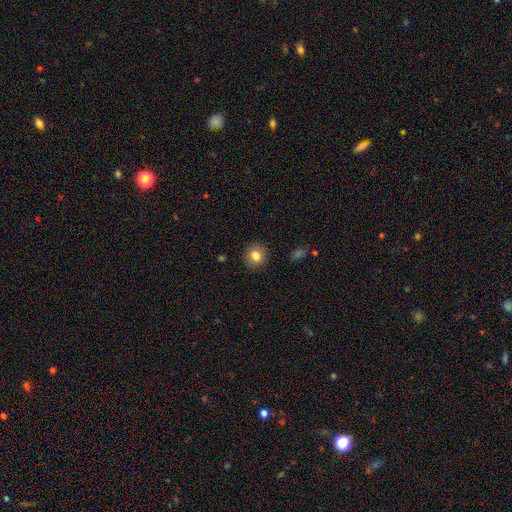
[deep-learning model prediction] smooth_or_featured: smooth (p=0.82) [alt: star or artifact p=0.10]
how_rounded: round (p=0.86) [alt: in between p=0.13]
merging: none (p=0.90) [alt: minor disturbance p=0.07]